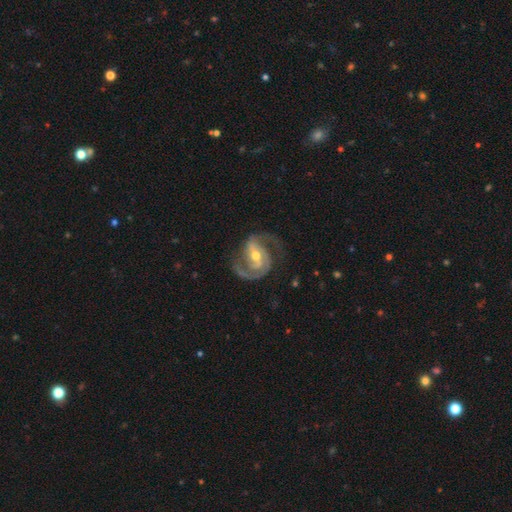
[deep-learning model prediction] Smooth or featured? Predicted: featured or disk (p=0.91). Edge-on disk? Predicted: no (p=0.97). Bar? Predicted: weak (p=0.42). Spiral arms? Predicted: yes (p=0.98). Spiral winding? Predicted: medium (p=0.55). Spiral arm count? Predicted: 2 (p=0.88). Bulge size? Predicted: moderate (p=0.65). Merging? Predicted: none (p=0.71).